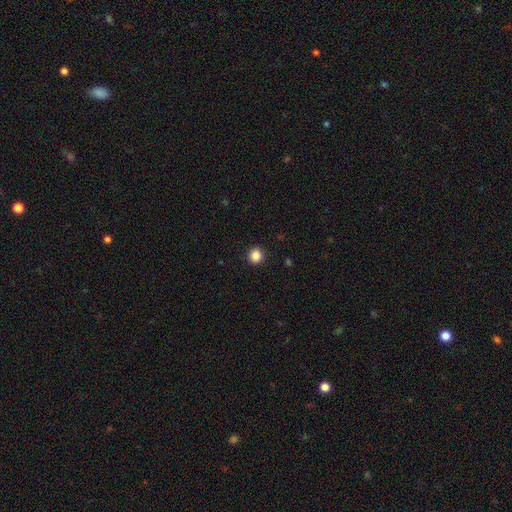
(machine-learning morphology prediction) smooth-or-featured: smooth: 87% | star or artifact: 10% | featured or disk: 3%
  how-rounded: round: 92% | in between: 7% | cigar-shaped: 1%
  merging: none: 93% | minor disturbance: 5% | major disturbance: 2% | merger: 1%